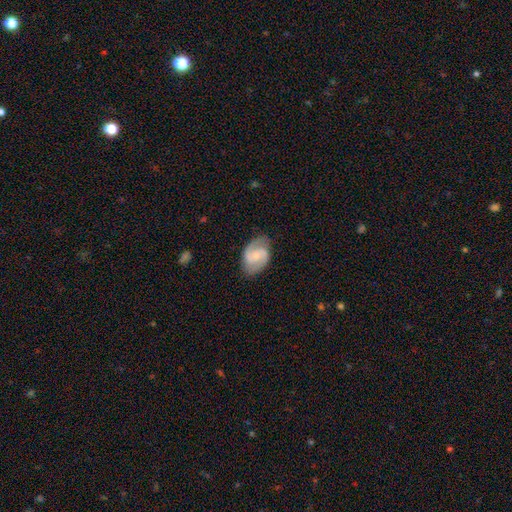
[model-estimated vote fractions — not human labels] A featured or disk galaxy (77%) with a weak bar (47%), 2 (90%) medium (54%) spiral arms (95%) and a small central bulge (59%). Merging: none (79%).